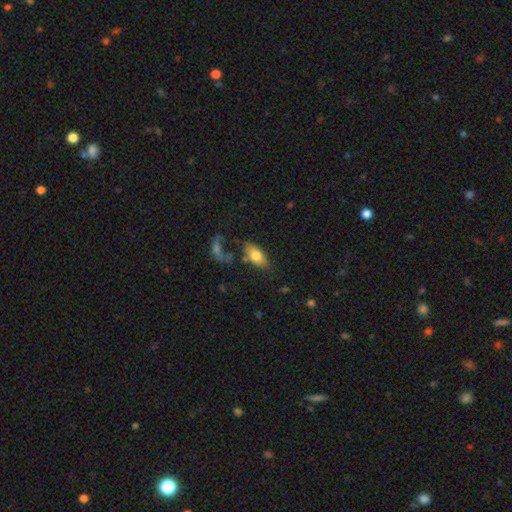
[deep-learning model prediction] Smooth or featured? smooth (77%)
How rounded? in between (89%)
Merging? none (61%)